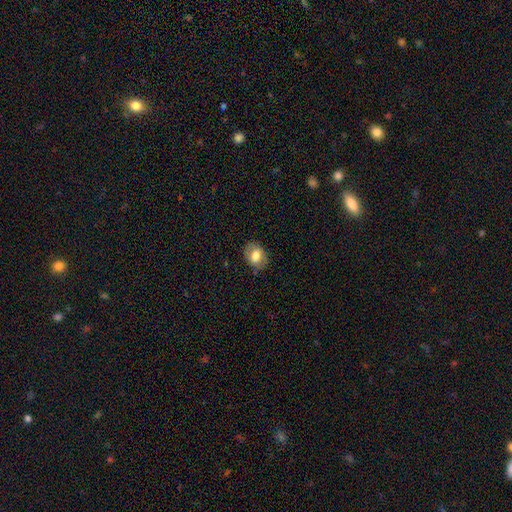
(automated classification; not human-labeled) A smooth galaxy with no disk features (72%) that is in between round and cigar-shaped (68%). Merging: none (79%).